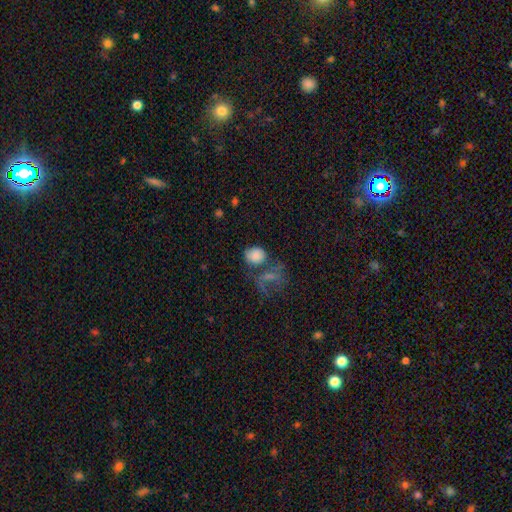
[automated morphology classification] Smooth or featured?
  - smooth: 80% *
  - featured or disk: 10%
  - star or artifact: 10%
How rounded?
  - round: 51% *
  - in between: 47%
  - cigar-shaped: 1%
Merging?
  - none: 45% *
  - merger: 27%
  - minor disturbance: 17%
  - major disturbance: 12%